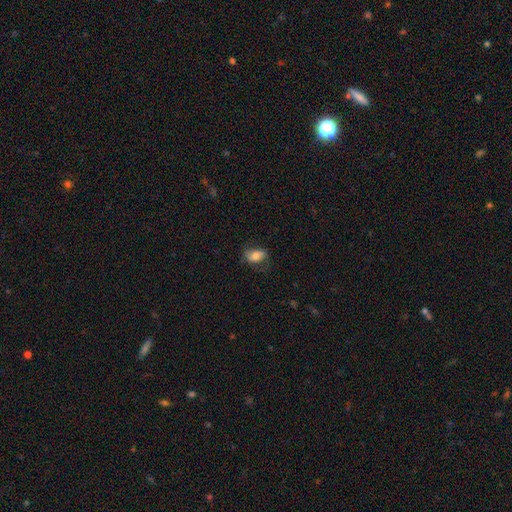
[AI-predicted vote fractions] Morphology: type=smooth (66%); roundness=in between (85%); merging=none (63%).